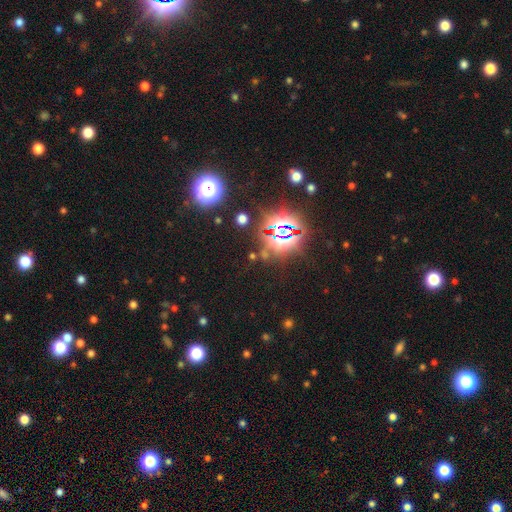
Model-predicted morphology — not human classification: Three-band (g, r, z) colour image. It shows a star or artifact, not a galaxy (79%).